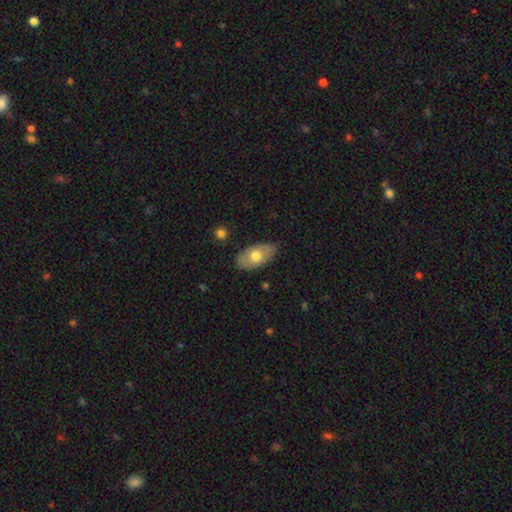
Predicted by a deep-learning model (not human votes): This appears to be a smooth galaxy with no disk features (64%) that is in between round and cigar-shaped (92%). Merging: none (79%).